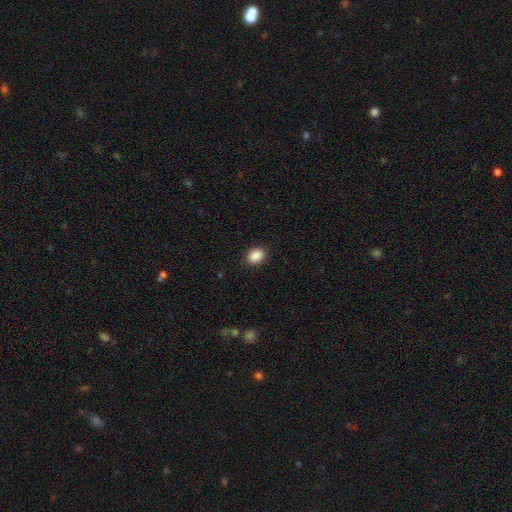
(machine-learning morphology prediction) The model was most divided on "how rounded": in between: 64%, round: 35%, cigar-shaped: 1%. More confident: merging — none (89%); smooth or featured — smooth (89%).